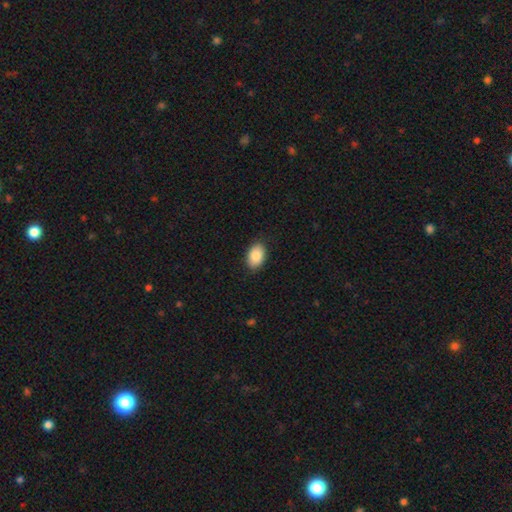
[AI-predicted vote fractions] Q: Smooth or featured?
A: smooth (88%); runner-up: star or artifact (7%)
Q: How rounded?
A: in between (88%); runner-up: round (11%)
Q: Merging?
A: none (87%); runner-up: minor disturbance (9%)